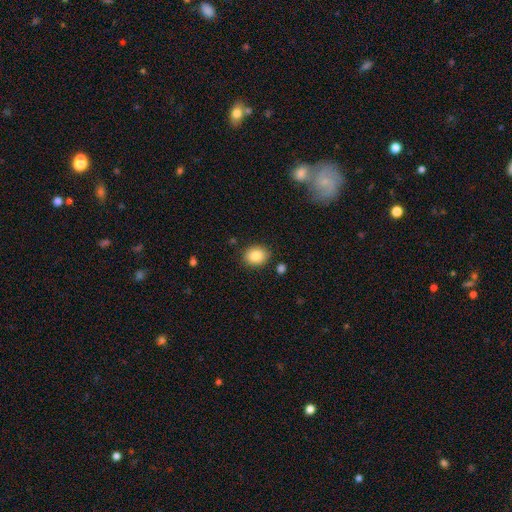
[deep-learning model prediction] Smooth or featured?
  - smooth: 85% *
  - star or artifact: 9%
  - featured or disk: 6%
How rounded?
  - round: 57% *
  - in between: 42%
  - cigar-shaped: 1%
Merging?
  - none: 85% *
  - minor disturbance: 10%
  - major disturbance: 3%
  - merger: 3%